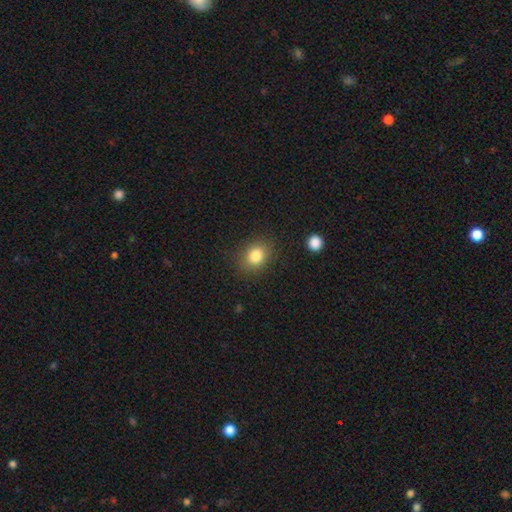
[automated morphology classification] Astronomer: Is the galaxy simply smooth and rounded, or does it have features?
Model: smooth — 82%.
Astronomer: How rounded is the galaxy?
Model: round — 56% (runner-up: in between, 43%).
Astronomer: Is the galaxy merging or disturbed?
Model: none — 86%.